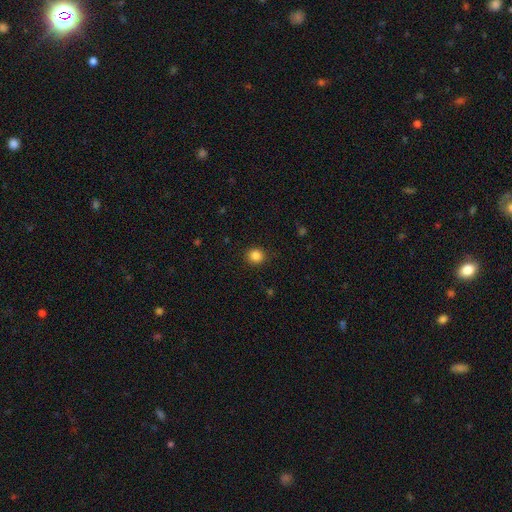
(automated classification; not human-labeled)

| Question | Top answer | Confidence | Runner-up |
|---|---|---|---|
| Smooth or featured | smooth | 85% | star or artifact (11%) |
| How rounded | round | 87% | in between (12%) |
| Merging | none | 90% | minor disturbance (7%) |